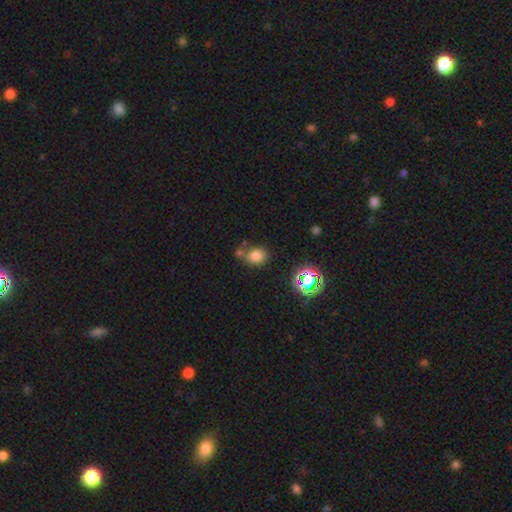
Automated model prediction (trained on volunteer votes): Smooth or featured? Predicted: smooth (p=0.75). How rounded? Predicted: round (p=0.53). Merging? Predicted: none (p=0.60).